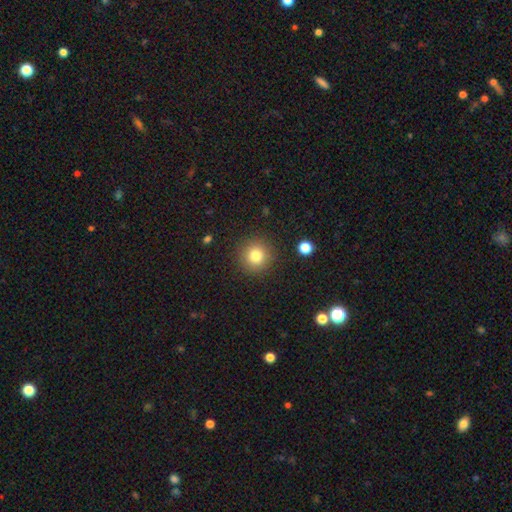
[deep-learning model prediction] smooth-or-featured: smooth: 80% | star or artifact: 12% | featured or disk: 8%
  how-rounded: round: 95% | in between: 4% | cigar-shaped: 1%
  merging: none: 90% | minor disturbance: 6% | major disturbance: 3% | merger: 2%